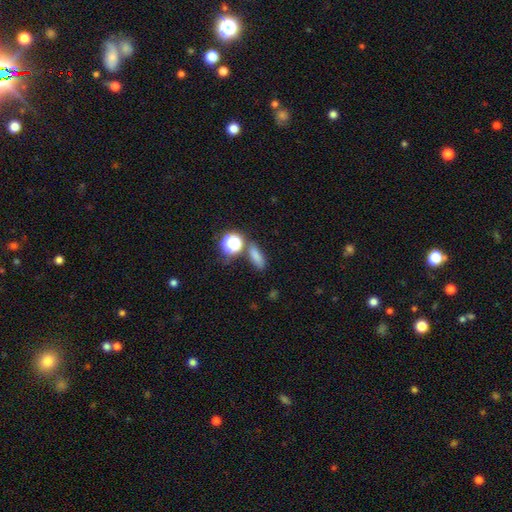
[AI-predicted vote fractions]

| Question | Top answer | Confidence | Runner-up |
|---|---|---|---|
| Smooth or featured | smooth | 75% | star or artifact (18%) |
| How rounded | in between | 58% | cigar-shaped (22%) |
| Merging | none | 70% | minor disturbance (13%) |